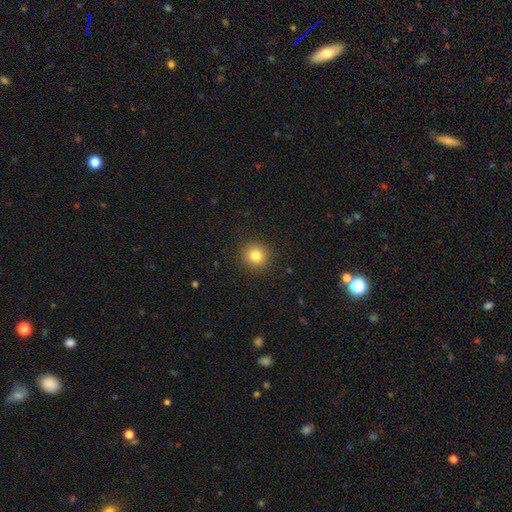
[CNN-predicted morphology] Smooth or featured? smooth (81%)
How rounded? round (92%)
Merging? none (91%)